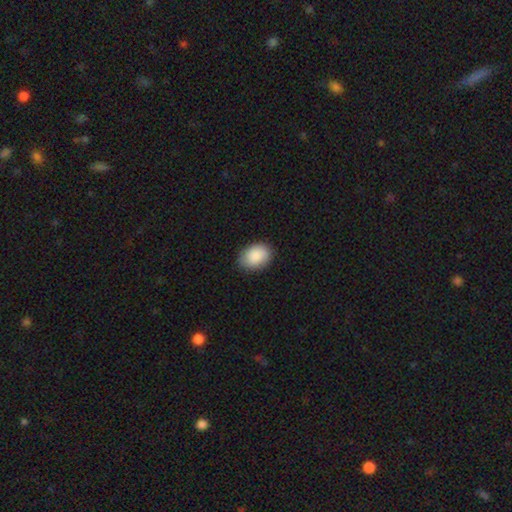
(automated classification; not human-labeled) The model was most divided on "how rounded": in between: 76%, round: 23%, cigar-shaped: 1%. More confident: smooth or featured — smooth (89%); merging — none (85%).